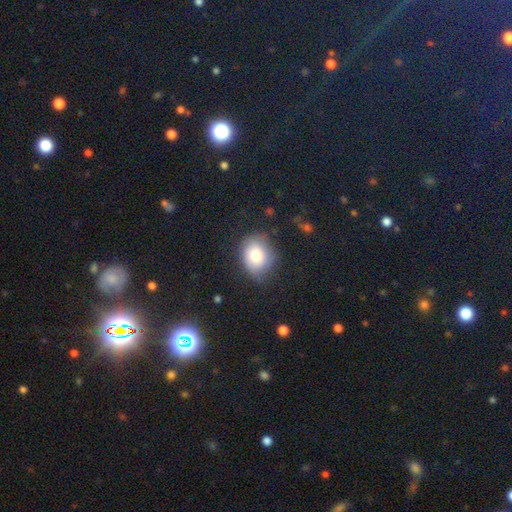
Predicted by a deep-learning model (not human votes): This is likely a smooth galaxy (76%). How rounded: possibly round (57%). Merging: likely none (67%).